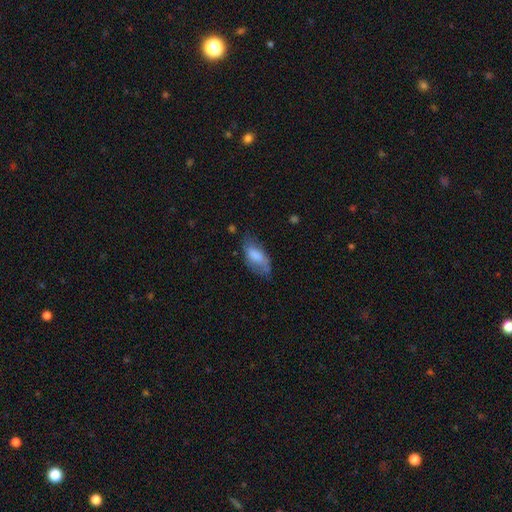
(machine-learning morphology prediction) Overall: smooth (73%). How rounded: in between (89%). Merging: none (50%; minor disturbance 32%).